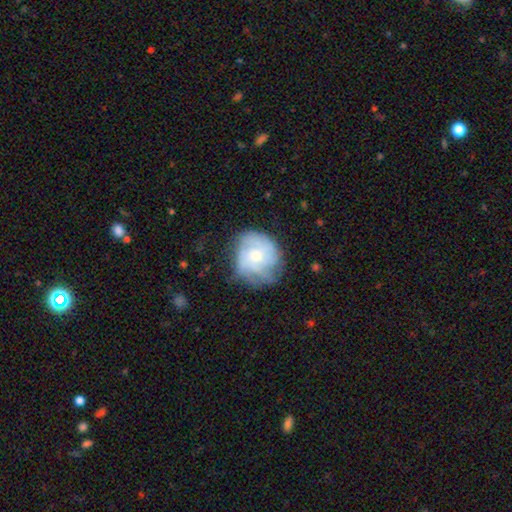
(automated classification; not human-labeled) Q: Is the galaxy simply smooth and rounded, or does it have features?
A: featured or disk — 58%.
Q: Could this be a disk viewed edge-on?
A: no — 97%.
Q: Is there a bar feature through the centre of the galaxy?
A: no — 79%.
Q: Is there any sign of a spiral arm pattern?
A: yes — 76%.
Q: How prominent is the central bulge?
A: moderate — 55%.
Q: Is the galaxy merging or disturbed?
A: none — 62%.